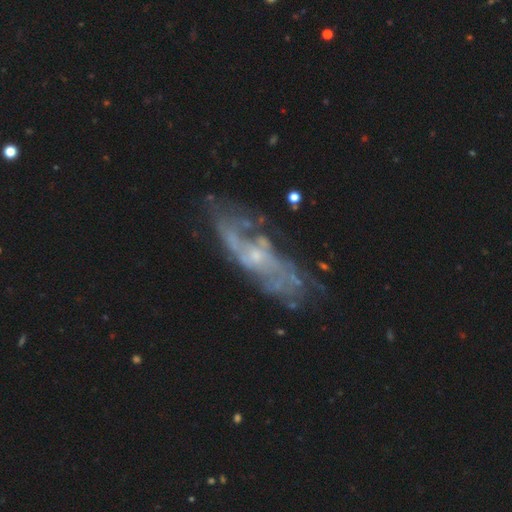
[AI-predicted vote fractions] Smooth or featured? Predicted: featured or disk (p=0.78). Edge-on disk? Predicted: no (p=0.84). Bar? Predicted: no (p=0.69). Spiral arms? Predicted: yes (p=0.77). Spiral winding? Predicted: medium (p=0.39). Spiral arm count? Predicted: can't tell (p=0.47). Bulge size? Predicted: small (p=0.70). Merging? Predicted: none (p=0.63).